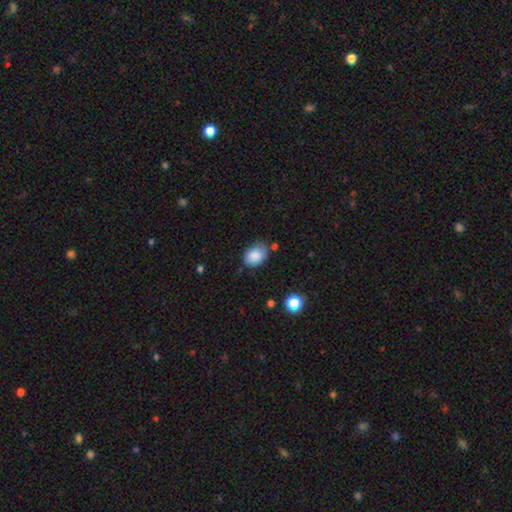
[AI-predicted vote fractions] This appears to be a smooth galaxy with no disk features (86%) that is in between round and cigar-shaped (67%). Merging: none (61%).